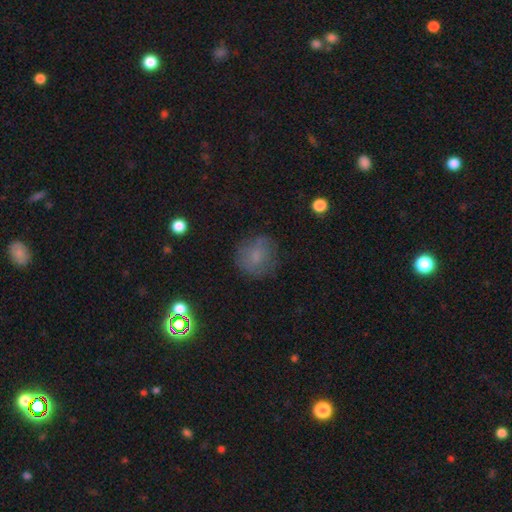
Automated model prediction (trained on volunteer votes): This is likely a smooth galaxy (69%). How rounded: clearly round (84%). Merging: likely none (71%).